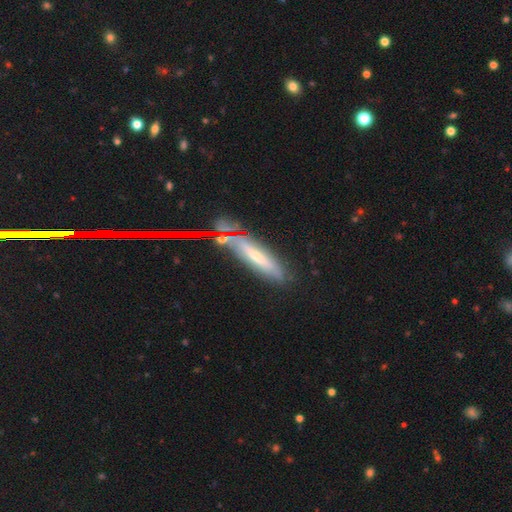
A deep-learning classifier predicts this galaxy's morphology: A featured or disk galaxy (47%). Merging: none (76%).